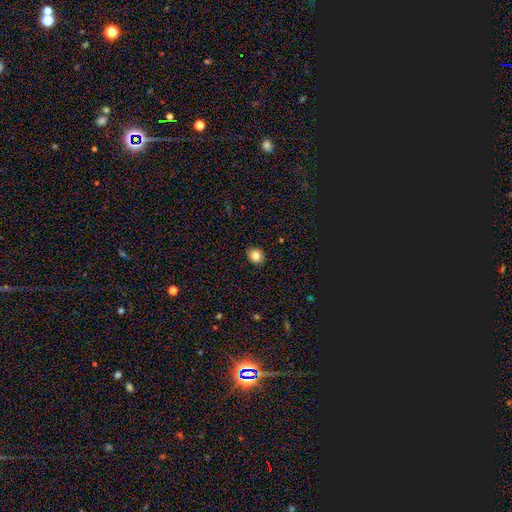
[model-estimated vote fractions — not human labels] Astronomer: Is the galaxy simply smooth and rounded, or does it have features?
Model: smooth — 83%.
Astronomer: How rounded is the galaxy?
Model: round — 83%.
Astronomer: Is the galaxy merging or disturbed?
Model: none — 91%.